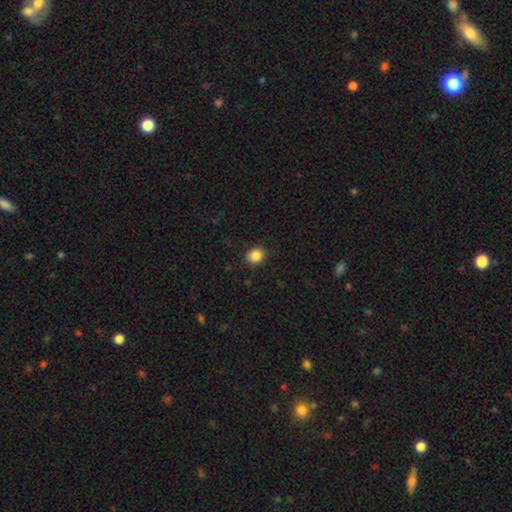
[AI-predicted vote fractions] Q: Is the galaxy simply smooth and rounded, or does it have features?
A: smooth — 86%.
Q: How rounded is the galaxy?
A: round — 78%.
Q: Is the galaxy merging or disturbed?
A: none — 87%.